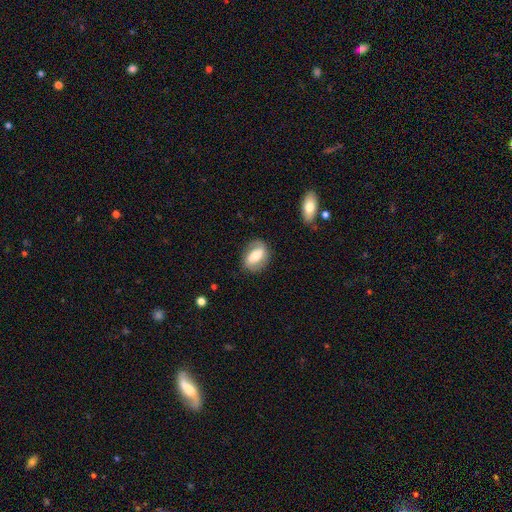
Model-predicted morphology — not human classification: Q: Smooth or featured?
A: featured or disk (47%); runner-up: smooth (46%)
Q: Merging?
A: none (77%); runner-up: minor disturbance (15%)